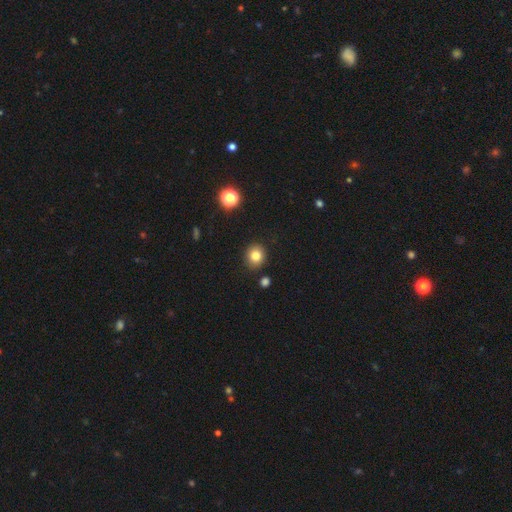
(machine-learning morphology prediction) Smooth or featured? smooth (81%)
How rounded? round (80%)
Merging? none (88%)